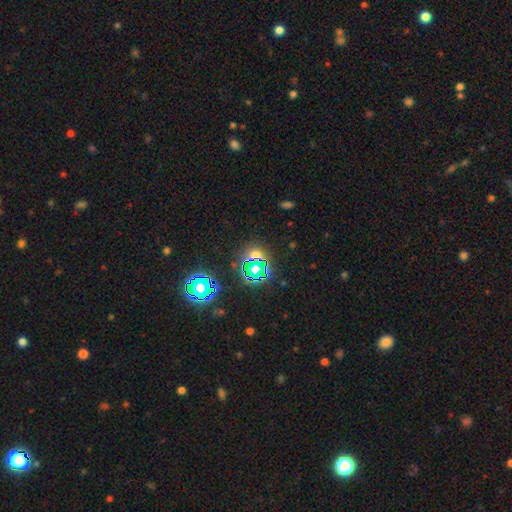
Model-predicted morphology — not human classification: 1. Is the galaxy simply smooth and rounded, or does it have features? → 69% star or artifact, 22% smooth, 9% featured or disk.